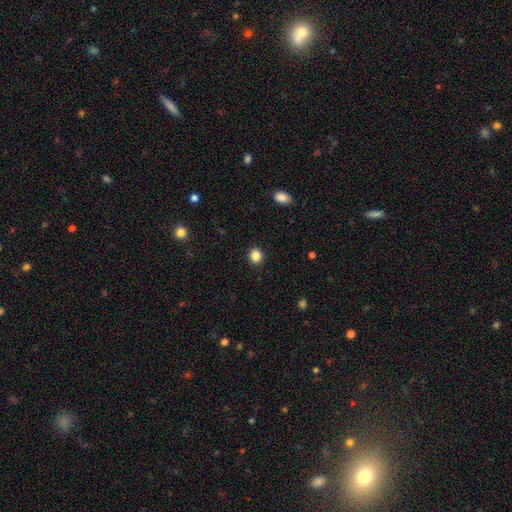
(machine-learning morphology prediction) smooth_or_featured: smooth (p=0.85) [alt: star or artifact p=0.11]
how_rounded: round (p=0.83) [alt: in between p=0.16]
merging: none (p=0.92) [alt: minor disturbance p=0.05]